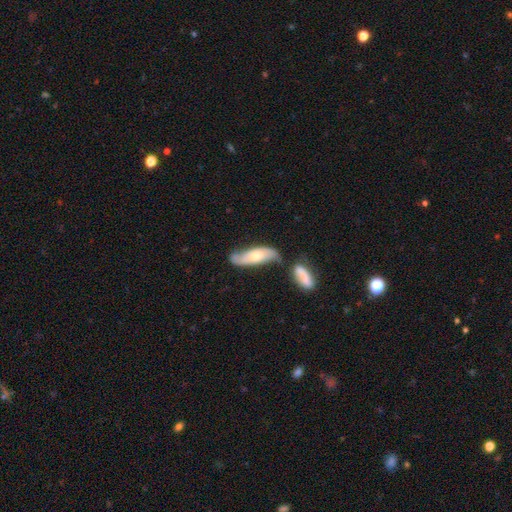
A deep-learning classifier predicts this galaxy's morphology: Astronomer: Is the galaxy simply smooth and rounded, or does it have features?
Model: featured or disk — 49% (runner-up: smooth, 45%).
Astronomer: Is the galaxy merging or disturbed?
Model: none — 44% (runner-up: merger, 26%).